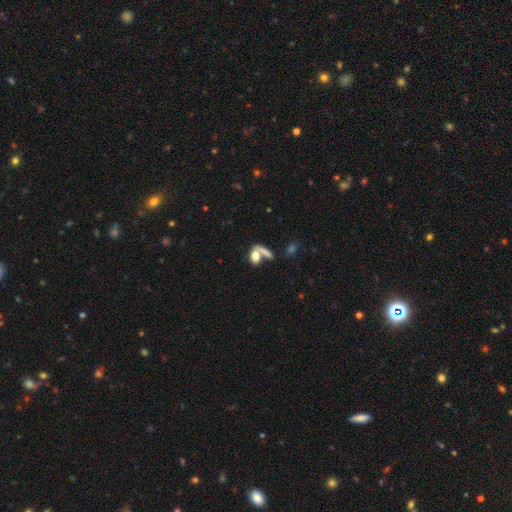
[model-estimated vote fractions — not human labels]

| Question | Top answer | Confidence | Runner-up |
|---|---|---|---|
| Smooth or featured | smooth | 71% | featured or disk (19%) |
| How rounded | in between | 74% | round (16%) |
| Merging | merger | 47% | none (33%) |